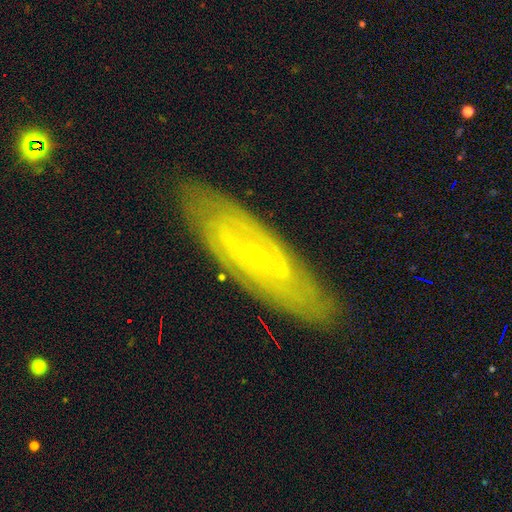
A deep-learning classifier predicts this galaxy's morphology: A featured or disk galaxy (77%) with no bar (57%), spiral arms (76%) and a small central bulge (85%).

Vote fractions:
- Smooth or featured? featured or disk: 77% / smooth: 16% / star or artifact: 7%
- Edge-on disk? no: 79% / yes: 21%
- Bar? no: 57% / weak: 33% / strong: 10%
- Spiral arms? yes: 76% / no: 24%
- Bulge size? small: 85% / moderate: 11% / none: 2% / large: 1% / dominant: 1%
- Merging? none: 82% / minor disturbance: 13% / major disturbance: 3% / merger: 1%